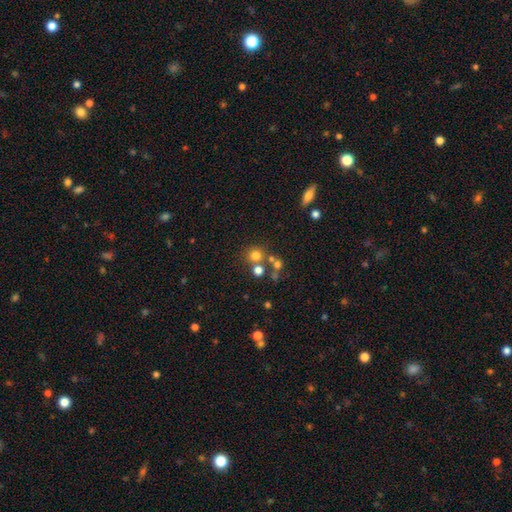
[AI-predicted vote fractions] This is likely a smooth galaxy (72%). How rounded: clearly round (89%). Merging: likely none (65%).